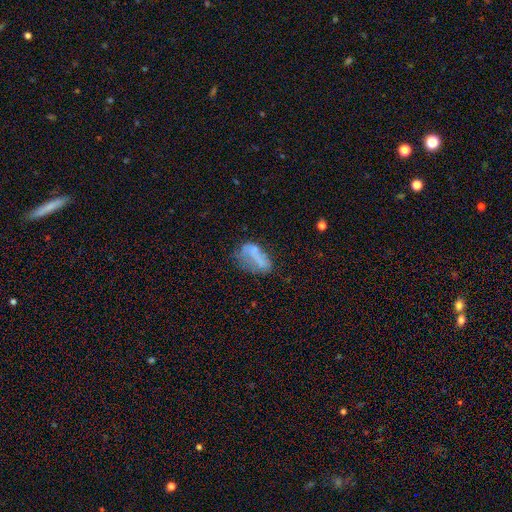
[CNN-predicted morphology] smooth_or_featured: smooth (p=0.48) [alt: featured or disk p=0.39]
merging: none (p=0.34) [alt: major disturbance p=0.28]